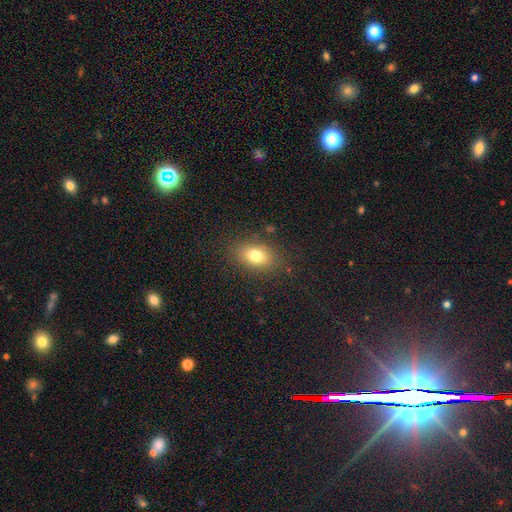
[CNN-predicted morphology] Smooth or featured? Predicted: smooth (p=0.78). How rounded? Predicted: in between (p=0.80). Merging? Predicted: none (p=0.83).